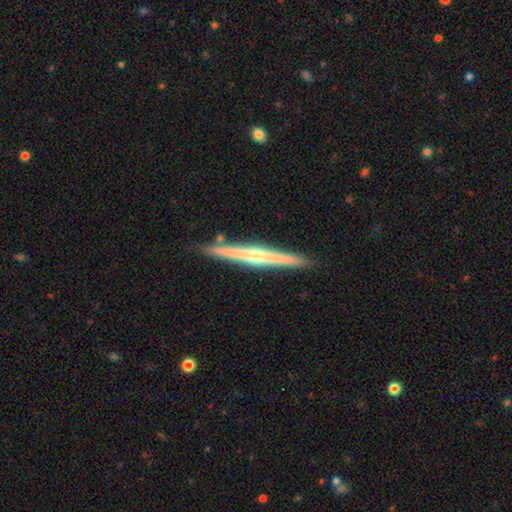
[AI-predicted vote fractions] smooth-or-featured: featured or disk: 76% | smooth: 19% | star or artifact: 5%
  disk-edge-on: yes: 98% | no: 2%
    edge-on-bulge: rounded: 78% | none: 18% | boxy: 5%
  merging: none: 91% | minor disturbance: 7% | merger: 1% | major disturbance: 1%